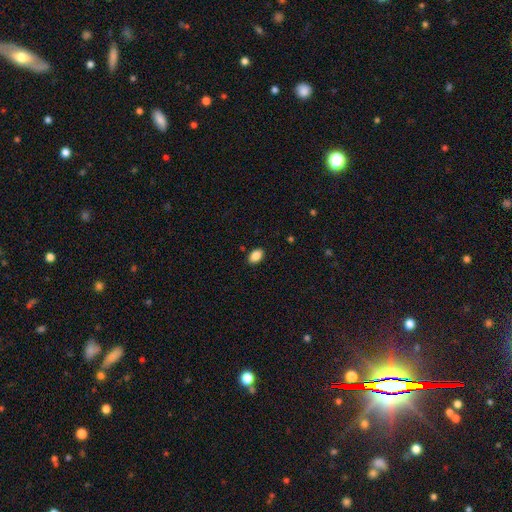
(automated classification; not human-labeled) Smooth or featured: smooth — 88% (star or artifact — 8%)
How rounded: in between — 90% (round — 9%)
Merging: none — 88% (minor disturbance — 9%)